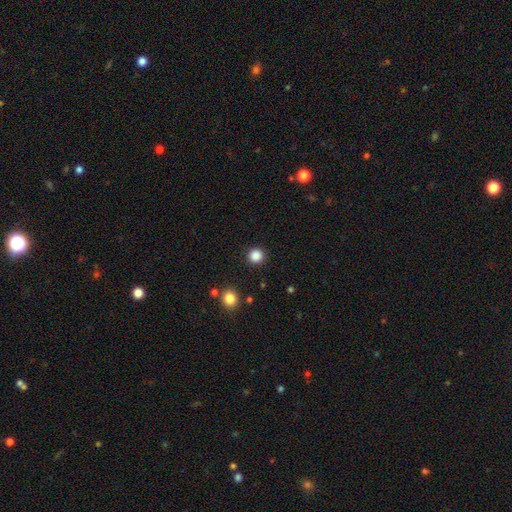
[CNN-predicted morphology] smooth-or-featured: smooth: 86% | star or artifact: 11% | featured or disk: 3%
  how-rounded: round: 94% | in between: 5% | cigar-shaped: 1%
  merging: none: 92% | minor disturbance: 5% | major disturbance: 2% | merger: 1%